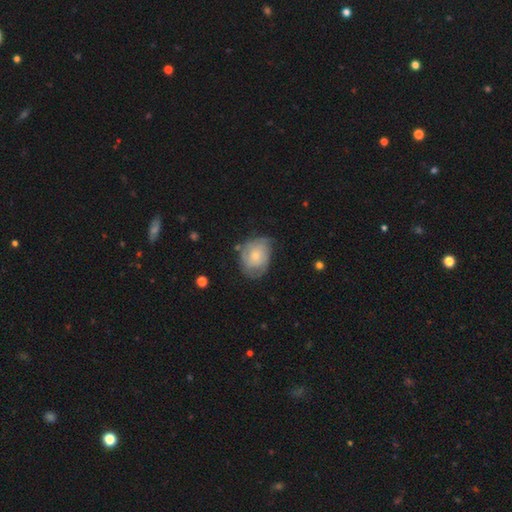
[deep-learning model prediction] Q: Smooth or featured?
A: smooth (47%); runner-up: featured or disk (46%)
Q: Merging?
A: none (52%); runner-up: minor disturbance (34%)